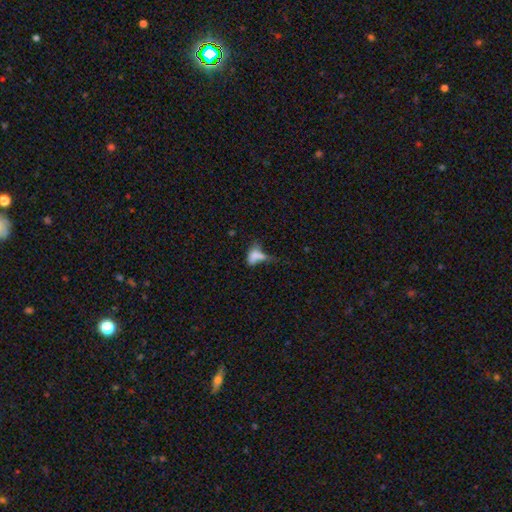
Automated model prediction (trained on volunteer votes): Overall: smooth (67%). How rounded: in between (83%). Merging: major disturbance (32%; merger 30%).